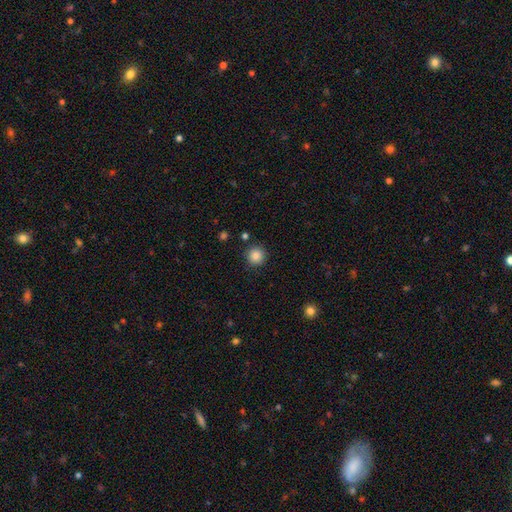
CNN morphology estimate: This is clearly a smooth galaxy (86%). How rounded: clearly round (95%). Merging: clearly none (90%).